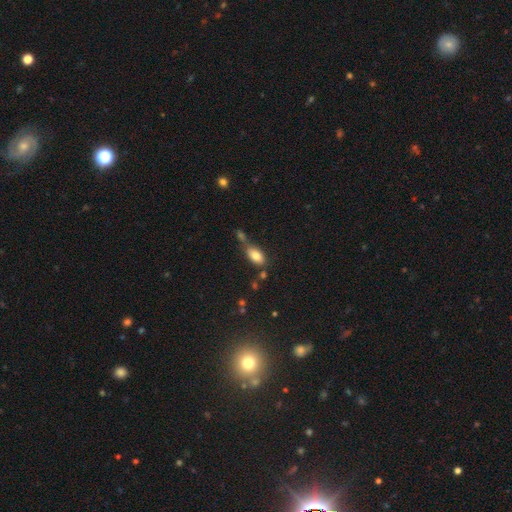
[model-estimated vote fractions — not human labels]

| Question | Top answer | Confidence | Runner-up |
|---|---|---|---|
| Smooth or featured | smooth | 80% | featured or disk (11%) |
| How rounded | in between | 91% | round (5%) |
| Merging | none | 55% | merger (23%) |